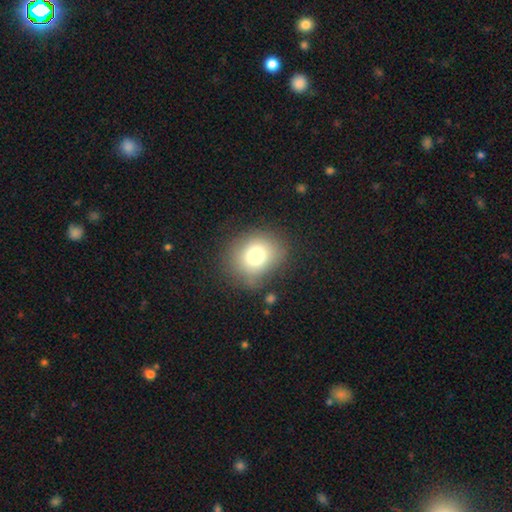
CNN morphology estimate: Smooth or featured? smooth (77%)
How rounded? round (69%)
Merging? none (78%)